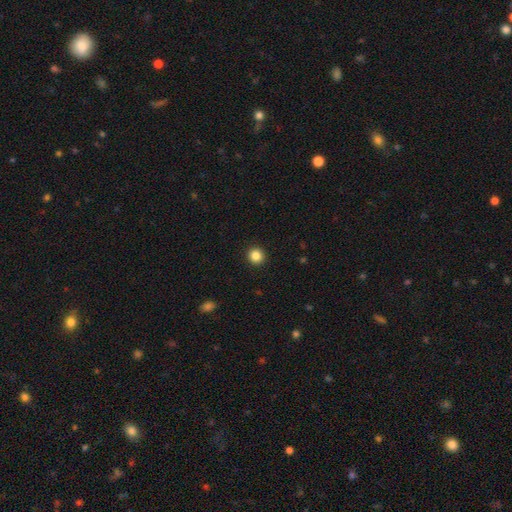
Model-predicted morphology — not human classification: This is clearly a smooth galaxy (86%). How rounded: clearly round (92%). Merging: clearly none (93%).